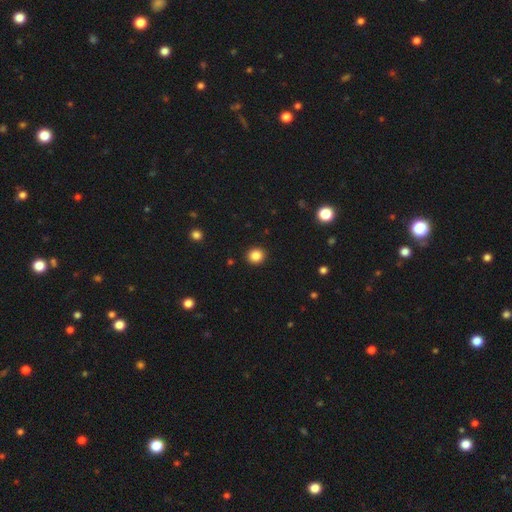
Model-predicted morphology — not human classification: smooth_or_featured: smooth (p=0.86) [alt: star or artifact p=0.11]
how_rounded: round (p=0.89) [alt: in between p=0.10]
merging: none (p=0.93) [alt: minor disturbance p=0.05]